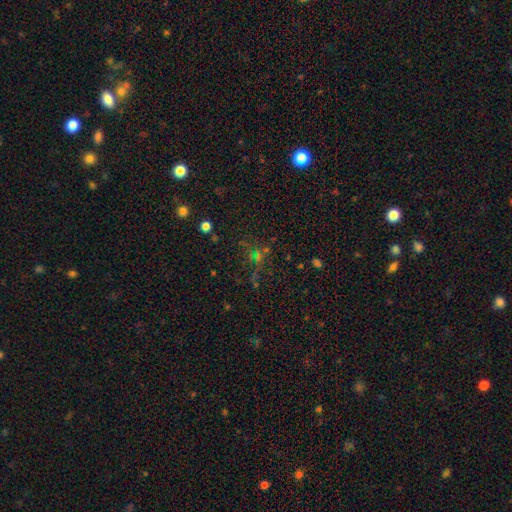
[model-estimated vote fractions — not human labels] star or artifact 64%, smooth 23%, featured or disk 13%.